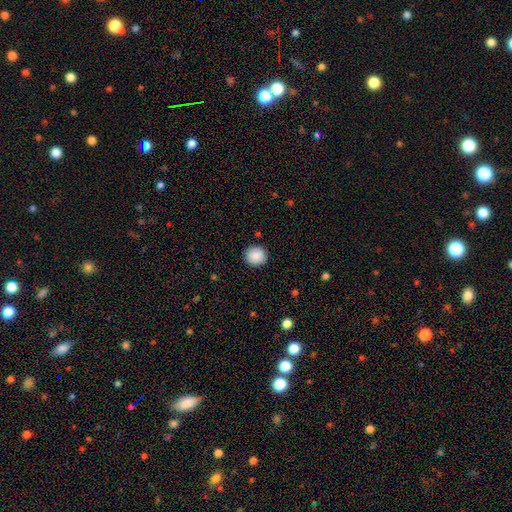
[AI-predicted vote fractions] smooth 89%, star or artifact 8%, featured or disk 3%. Down the decision tree: how rounded — round (91%); merging — none (91%).